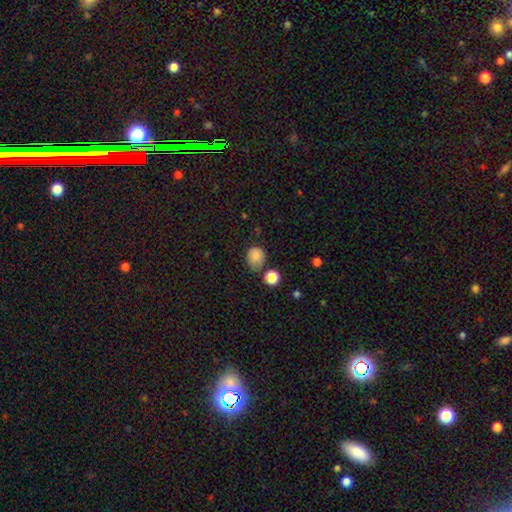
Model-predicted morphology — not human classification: A smooth galaxy with no disk features (84%) that is round (62%).

Vote fractions:
- Smooth or featured? smooth: 84% / star or artifact: 11% / featured or disk: 5%
- How rounded? round: 62% / in between: 37% / cigar-shaped: 1%
- Merging? none: 63% / minor disturbance: 23% / merger: 7% / major disturbance: 6%